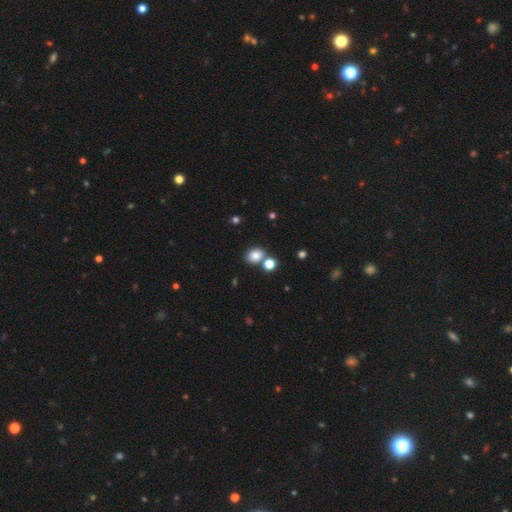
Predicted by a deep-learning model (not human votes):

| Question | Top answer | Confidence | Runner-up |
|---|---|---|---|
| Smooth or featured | smooth | 82% | star or artifact (12%) |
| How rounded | in between | 53% | round (46%) |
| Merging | none | 65% | merger (21%) |